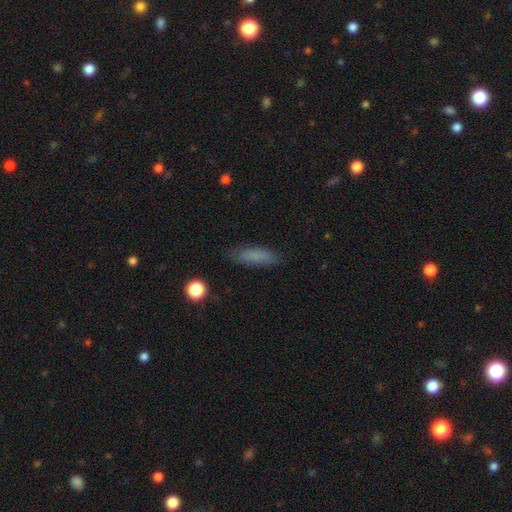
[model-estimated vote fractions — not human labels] A smooth galaxy with no disk features (77%) that is cigar-shaped (53%).

Vote fractions:
- Smooth or featured? smooth: 77% / featured or disk: 13% / star or artifact: 10%
- How rounded? cigar-shaped: 53% / in between: 45% / round: 2%
- Merging? none: 79% / minor disturbance: 15% / major disturbance: 4% / merger: 1%